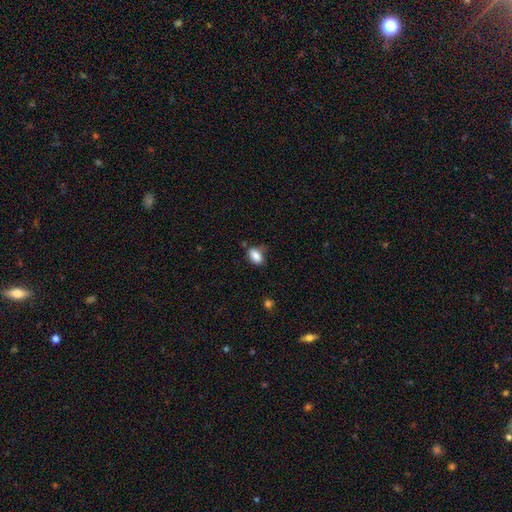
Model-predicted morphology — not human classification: type=smooth (85%); roundness=in between (85%); merging=none (65%).